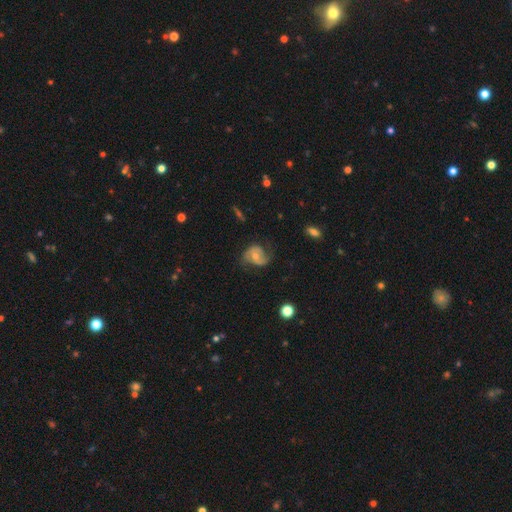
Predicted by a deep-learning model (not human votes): Smooth or featured? Predicted: featured or disk (p=0.70). Edge-on disk? Predicted: no (p=0.97). Bar? Predicted: no (p=0.53). Spiral arms? Predicted: yes (p=0.90). Spiral winding? Predicted: medium (p=0.44). Spiral arm count? Predicted: 2 (p=0.79). Bulge size? Predicted: moderate (p=0.53). Merging? Predicted: none (p=0.56).